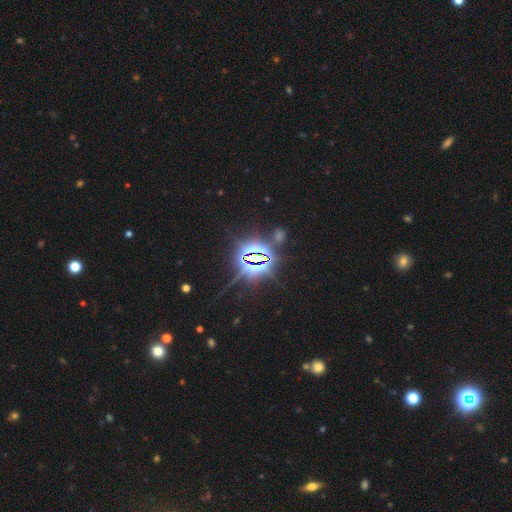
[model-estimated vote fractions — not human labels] Smooth or featured? star or artifact (84%)